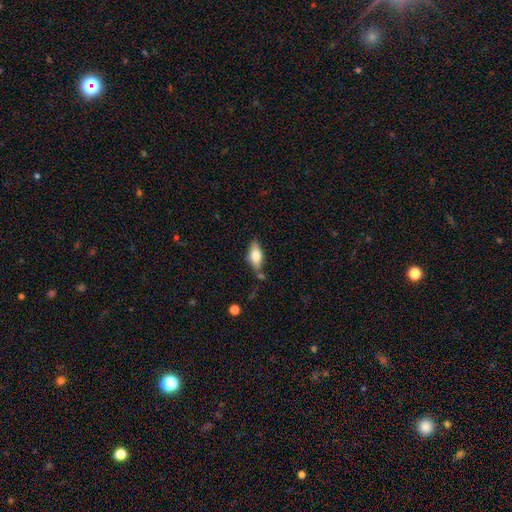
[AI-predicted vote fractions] smooth 71%, featured or disk 23%, star or artifact 7%. Down the decision tree: how rounded — in between (82%); merging — none (69%).